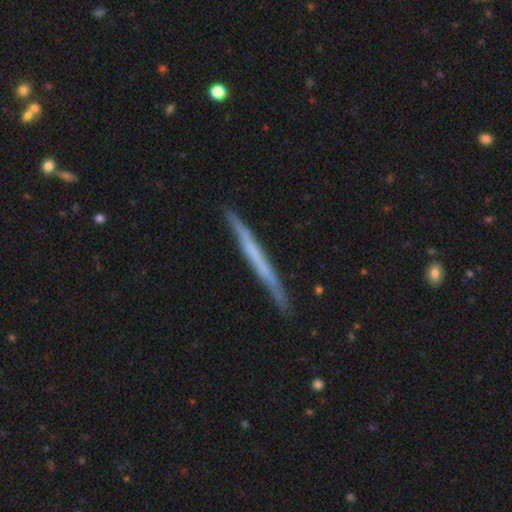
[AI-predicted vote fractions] The model was most divided on "smooth or featured": featured or disk: 53%, smooth: 41%, star or artifact: 5%. More confident: edge-on disk — yes (97%); merging — none (89%); edge-on bulge — none (89%).